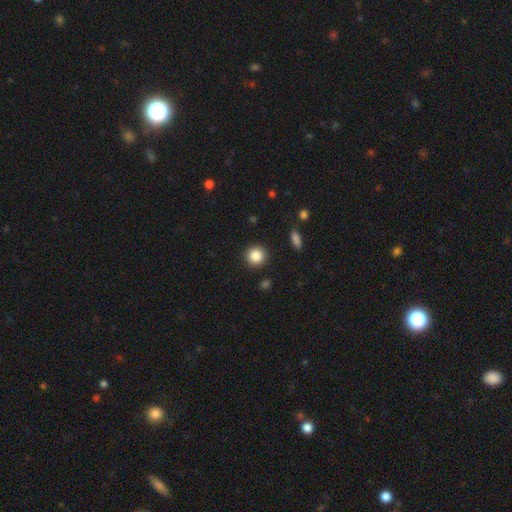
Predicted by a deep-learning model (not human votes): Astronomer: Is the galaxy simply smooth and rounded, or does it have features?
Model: smooth — 86%.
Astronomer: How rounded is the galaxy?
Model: round — 93%.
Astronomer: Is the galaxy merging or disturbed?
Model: none — 92%.